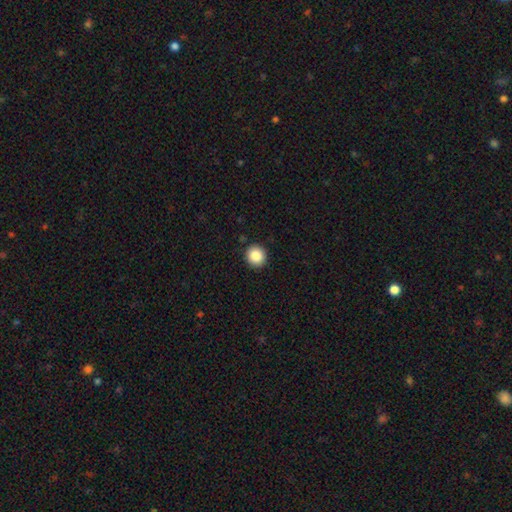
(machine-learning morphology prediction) Smooth or featured: smooth — 86% (star or artifact — 9%)
How rounded: round — 94% (in between — 5%)
Merging: none — 92% (minor disturbance — 5%)